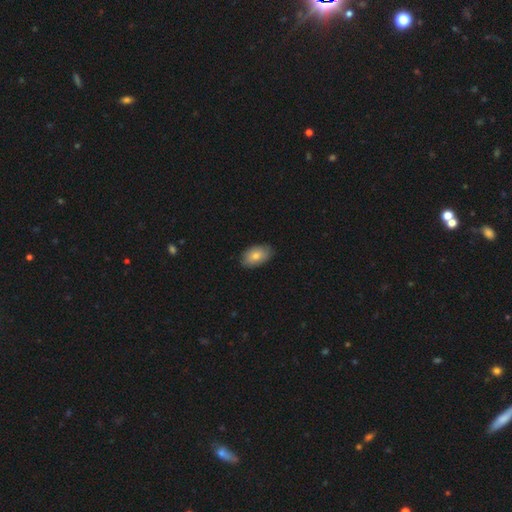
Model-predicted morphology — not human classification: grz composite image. It shows a smooth galaxy with no disk features (79%) that is in between round and cigar-shaped (91%). Merging: none (83%).